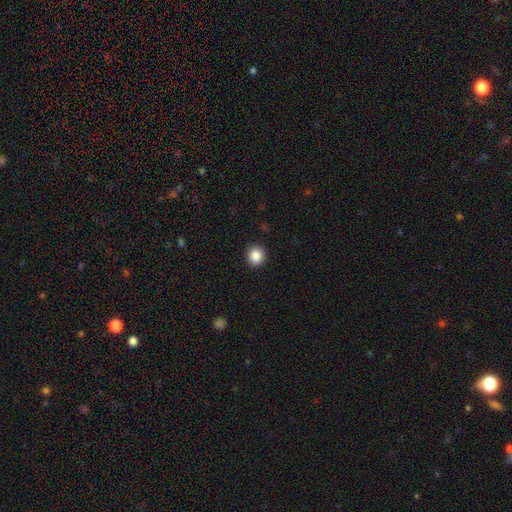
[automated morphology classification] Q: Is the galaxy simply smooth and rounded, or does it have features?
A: smooth — 88%.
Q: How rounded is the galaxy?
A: round — 89%.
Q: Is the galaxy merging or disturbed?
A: none — 92%.